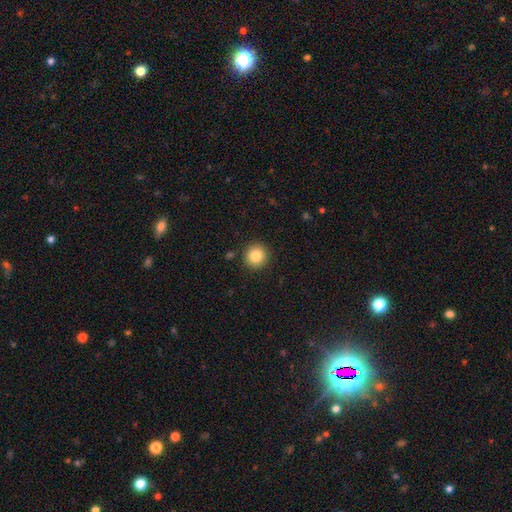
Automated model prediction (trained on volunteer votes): Overall: smooth (86%). How rounded: round (93%). Merging: none (90%).